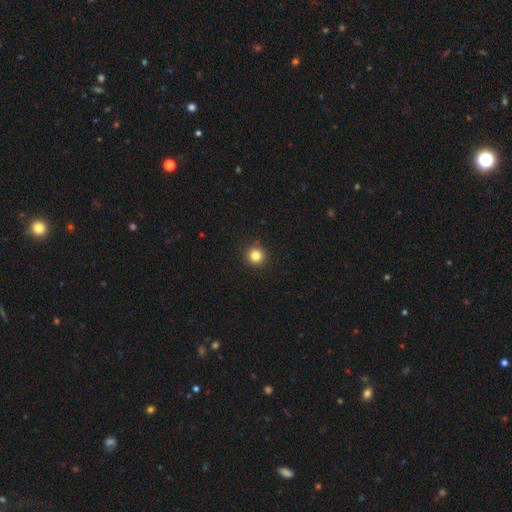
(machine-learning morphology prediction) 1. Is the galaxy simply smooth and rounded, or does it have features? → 83% smooth, 12% star or artifact, 5% featured or disk.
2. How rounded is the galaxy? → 95% round, 4% in between, 1% cigar-shaped.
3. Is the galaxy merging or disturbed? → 93% none, 5% minor disturbance, 2% major disturbance, 1% merger.